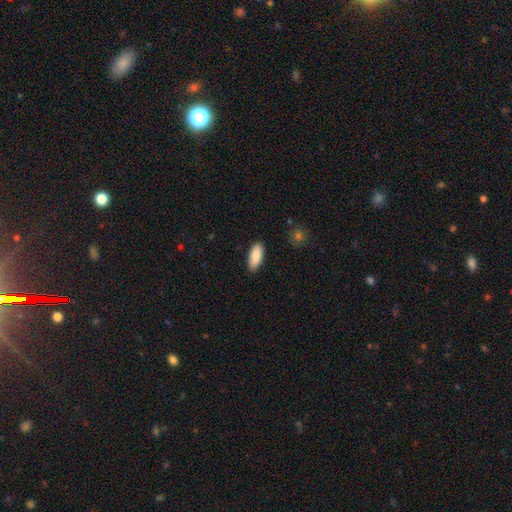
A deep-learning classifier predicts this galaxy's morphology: Overall: smooth (88%). How rounded: in between (85%). Merging: none (86%).